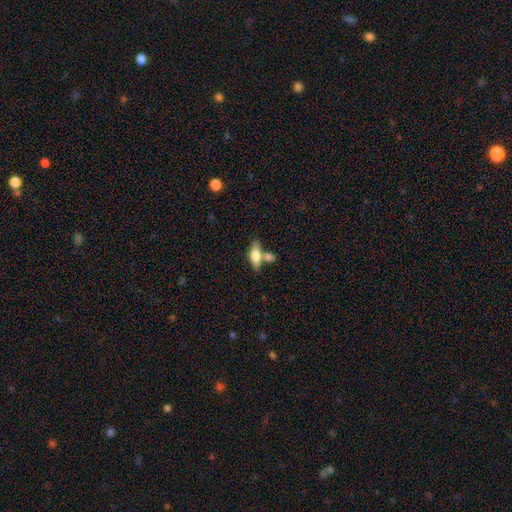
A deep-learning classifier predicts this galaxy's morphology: Q: Smooth or featured?
A: smooth (62%); runner-up: featured or disk (31%)
Q: How rounded?
A: in between (64%); runner-up: cigar-shaped (32%)
Q: Merging?
A: none (53%); runner-up: merger (30%)